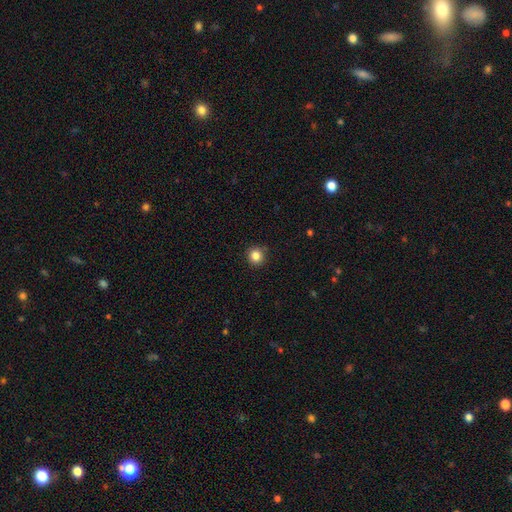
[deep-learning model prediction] Smooth or featured?
  - smooth: 84% *
  - star or artifact: 11%
  - featured or disk: 4%
How rounded?
  - round: 94% *
  - in between: 5%
  - cigar-shaped: 1%
Merging?
  - none: 91% *
  - minor disturbance: 6%
  - major disturbance: 2%
  - merger: 1%